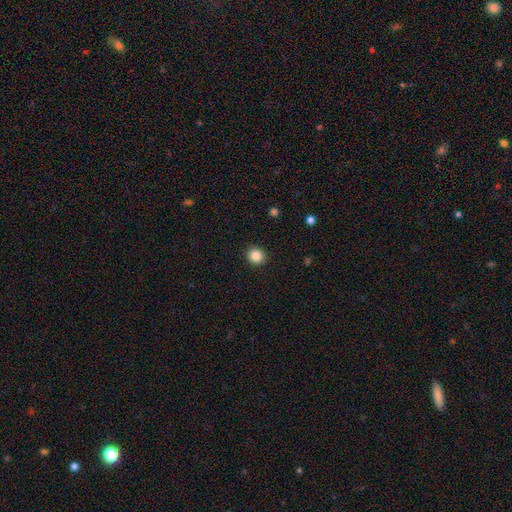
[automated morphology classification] type=smooth (86%); roundness=round (89%); merging=none (92%).